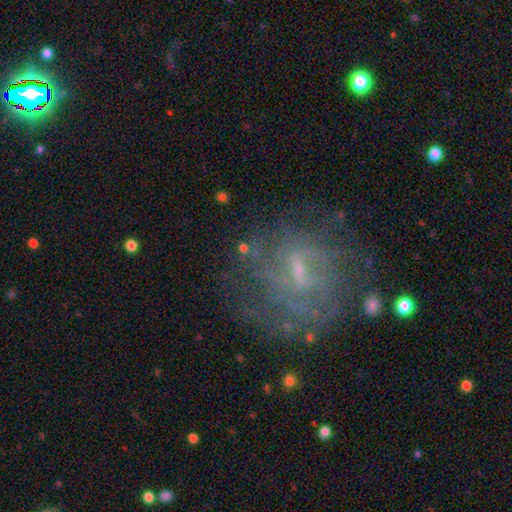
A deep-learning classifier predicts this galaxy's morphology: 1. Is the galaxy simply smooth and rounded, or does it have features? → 73% featured or disk, 15% smooth, 12% star or artifact.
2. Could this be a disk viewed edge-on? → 96% no, 4% yes.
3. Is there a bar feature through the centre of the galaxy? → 57% weak, 21% no, 21% strong.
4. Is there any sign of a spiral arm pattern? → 69% yes, 31% no.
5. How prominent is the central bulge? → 58% small, 20% moderate, 20% none, 2% large, 1% dominant.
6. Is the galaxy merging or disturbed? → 65% none, 17% minor disturbance, 15% major disturbance, 3% merger.